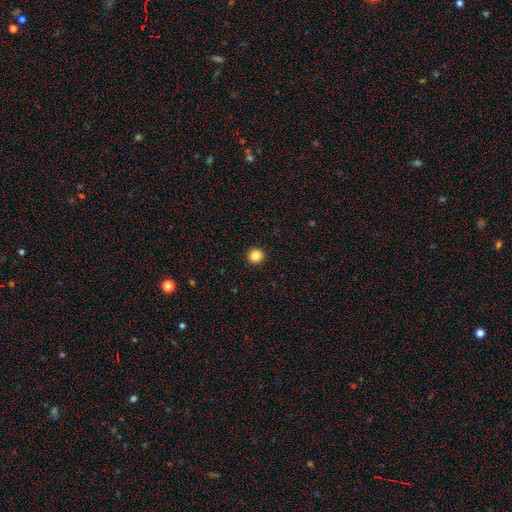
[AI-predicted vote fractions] smooth 86%, star or artifact 10%, featured or disk 4%. Down the decision tree: how rounded — round (94%); merging — none (94%).